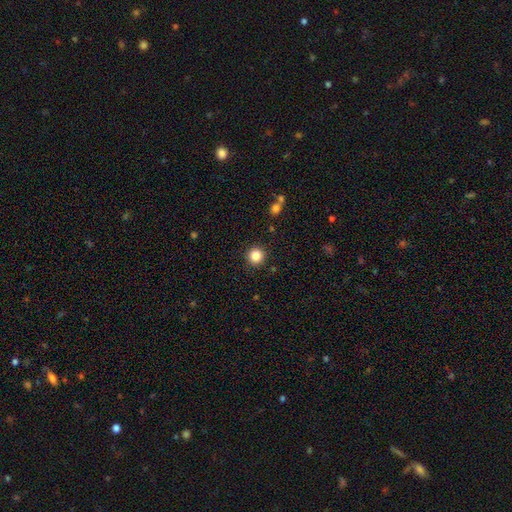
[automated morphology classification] smooth-or-featured: smooth: 85% | star or artifact: 11% | featured or disk: 4%
  how-rounded: round: 96% | in between: 3% | cigar-shaped: 1%
  merging: none: 92% | minor disturbance: 5% | major disturbance: 2% | merger: 1%